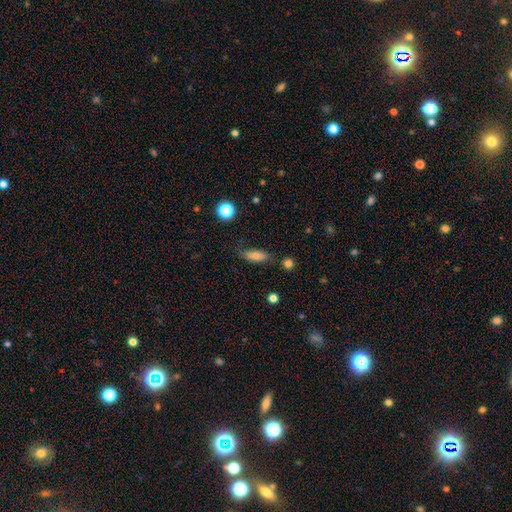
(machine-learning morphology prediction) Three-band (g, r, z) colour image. It shows a smooth galaxy with no disk features (74%) that is in between round and cigar-shaped (72%). Merging: none (68%).